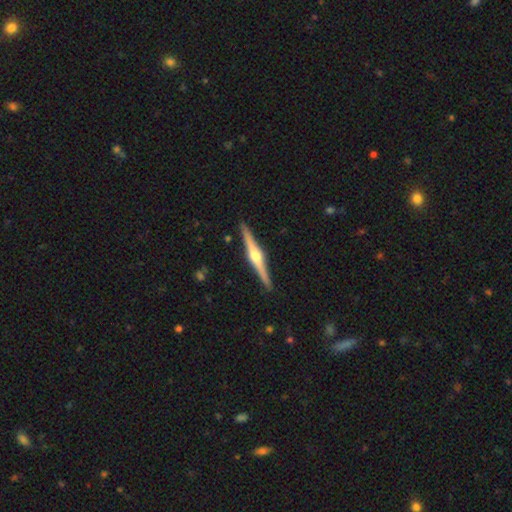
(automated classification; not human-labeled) Smooth or featured? featured or disk (82%)
Edge-on disk? yes (99%)
Edge-on bulge? rounded (93%)
Merging? none (92%)